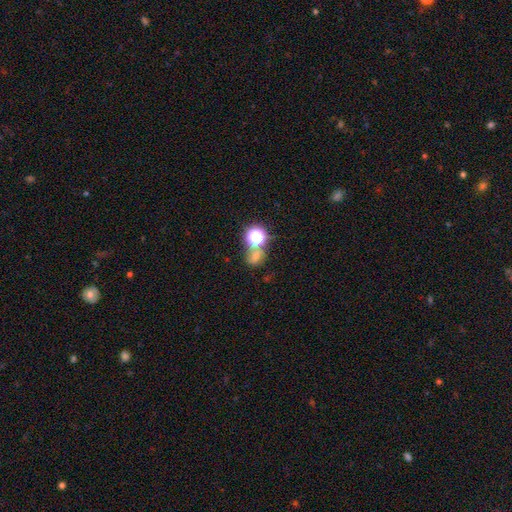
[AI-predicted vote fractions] smooth 46%, star or artifact 43%, featured or disk 11%. Down the decision tree: merging — none (50%).